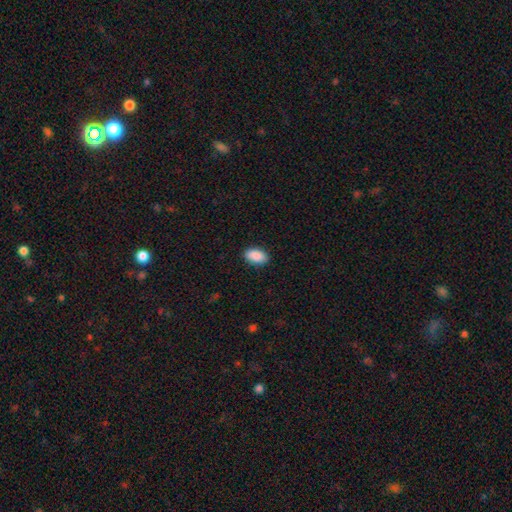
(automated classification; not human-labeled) The model was most divided on "merging": none: 89%, minor disturbance: 8%, major disturbance: 2%, merger: 1%. More confident: how rounded — in between (94%); smooth or featured — smooth (91%).